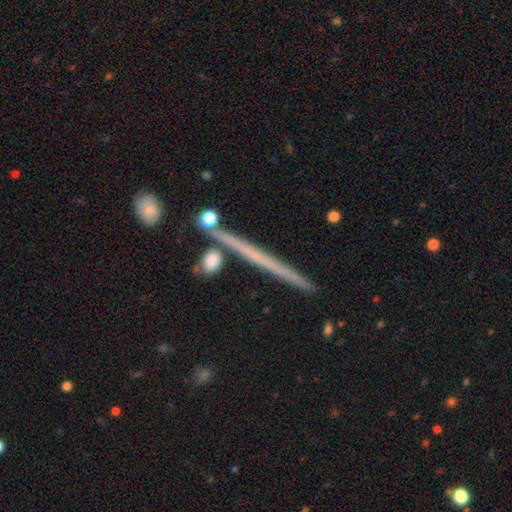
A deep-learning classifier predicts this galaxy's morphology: Smooth or featured? Predicted: featured or disk (p=0.58). Edge-on disk? Predicted: yes (p=0.97). Edge-on bulge? Predicted: none (p=0.84). Merging? Predicted: none (p=0.86).